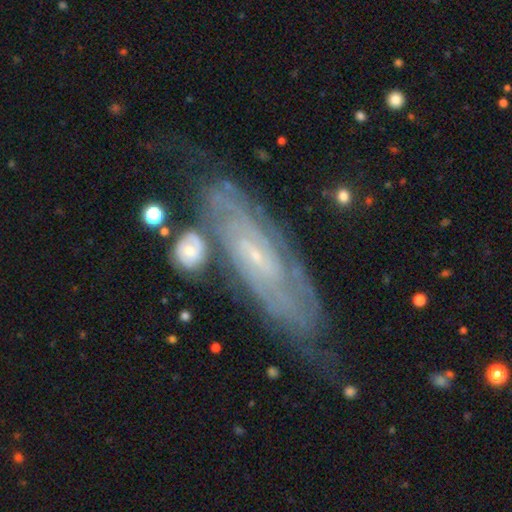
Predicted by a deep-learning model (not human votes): smooth-or-featured: featured or disk: 83% | smooth: 10% | star or artifact: 7%
  disk-edge-on: no: 85% | yes: 15%
    bar: no: 54% | weak: 35% | strong: 11%
    has-spiral-arms: yes: 93% | no: 7%
      spiral-winding: tight: 70% | medium: 23% | loose: 6%
      spiral-arm-count: can't tell: 48% | 2: 25% | 3: 10% | 4: 7% | more than 4: 5% | 1: 5%
    bulge-size: small: 82% | moderate: 11% | none: 5% | large: 1% | dominant: 1%
  merging: none: 68% | minor disturbance: 19% | major disturbance: 7% | merger: 6%